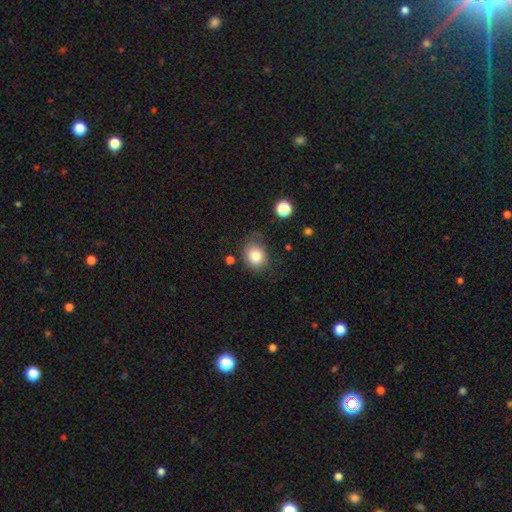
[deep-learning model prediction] Smooth or featured? Predicted: smooth (p=0.82). How rounded? Predicted: round (p=0.66). Merging? Predicted: none (p=0.73).